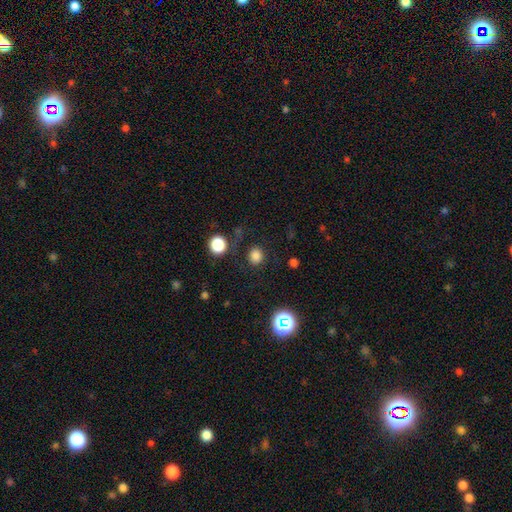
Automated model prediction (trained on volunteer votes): smooth-or-featured: smooth: 79% | star or artifact: 16% | featured or disk: 5%
  how-rounded: round: 83% | in between: 16% | cigar-shaped: 1%
  merging: none: 83% | minor disturbance: 10% | major disturbance: 5% | merger: 3%